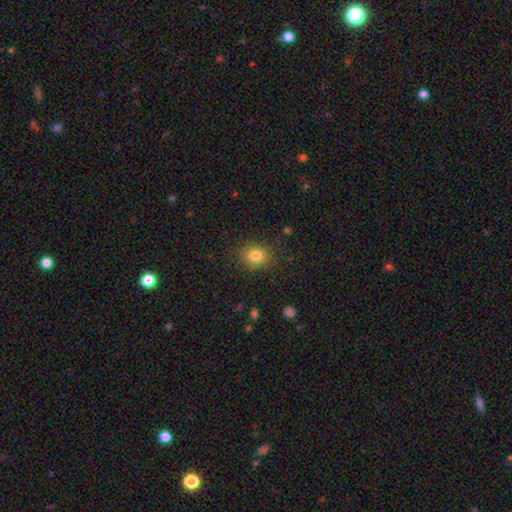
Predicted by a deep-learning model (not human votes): smooth 81%, star or artifact 11%, featured or disk 8%. Down the decision tree: how rounded — round (63%); merging — none (86%).